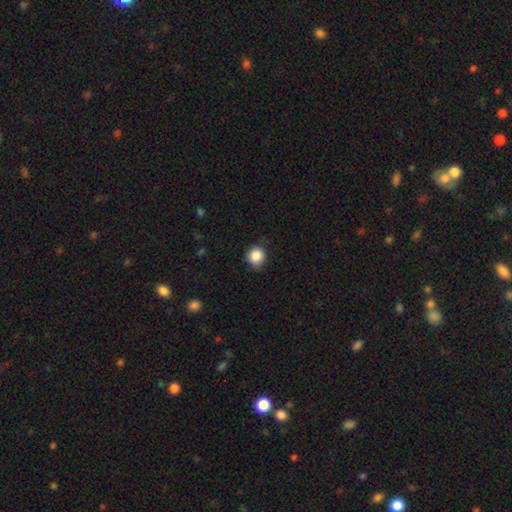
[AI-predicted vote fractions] A smooth galaxy with no disk features (86%) that is round (88%). Merging: none (78%).